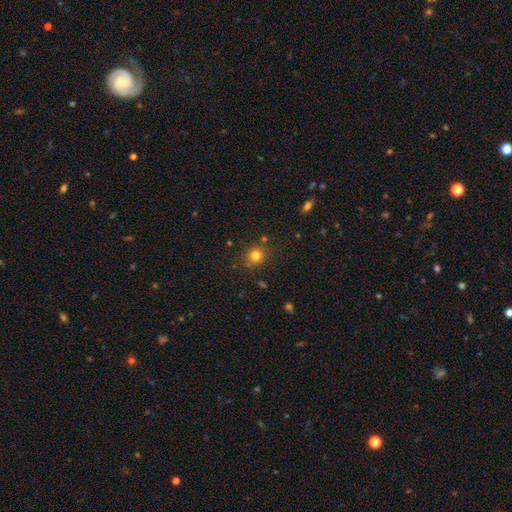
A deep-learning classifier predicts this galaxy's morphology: A smooth galaxy with no disk features (79%) that is round (83%).

Vote fractions:
- Smooth or featured? smooth: 79% / star or artifact: 15% / featured or disk: 7%
- How rounded? round: 83% / in between: 16% / cigar-shaped: 1%
- Merging? none: 82% / minor disturbance: 10% / merger: 5% / major disturbance: 3%